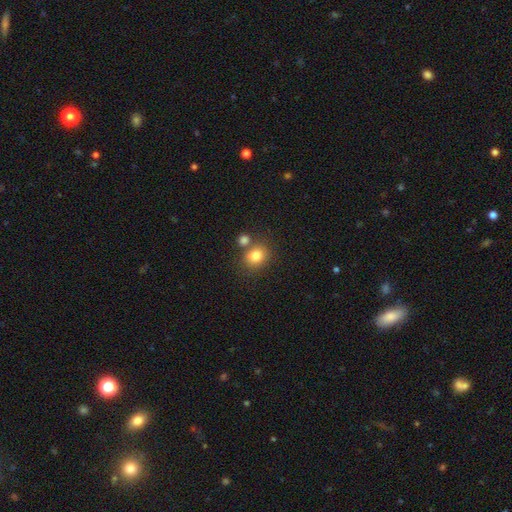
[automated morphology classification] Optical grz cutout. It shows a smooth galaxy with no disk features (80%) that is round (71%). Merging: none (62%).